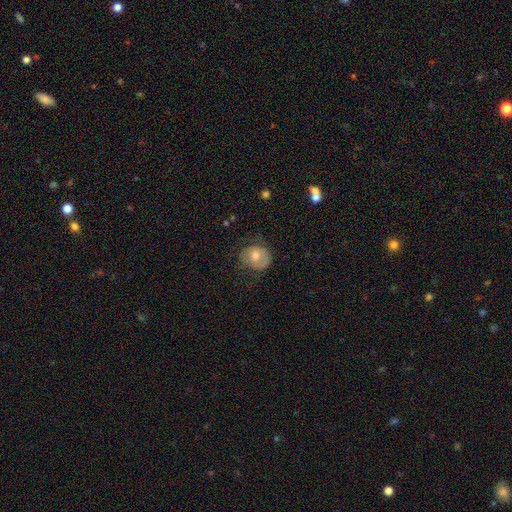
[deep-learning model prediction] A smooth galaxy with no disk features (62%) that is round (71%). Merging: none (64%).